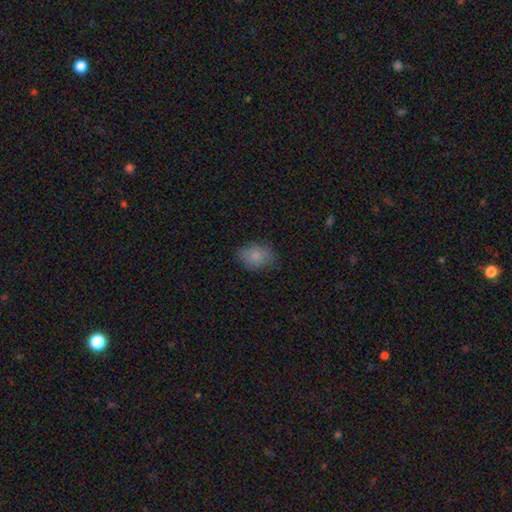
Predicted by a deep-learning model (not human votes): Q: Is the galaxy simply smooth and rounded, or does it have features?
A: smooth — 84%.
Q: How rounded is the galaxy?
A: in between — 77%.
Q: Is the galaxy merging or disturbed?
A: none — 75%.